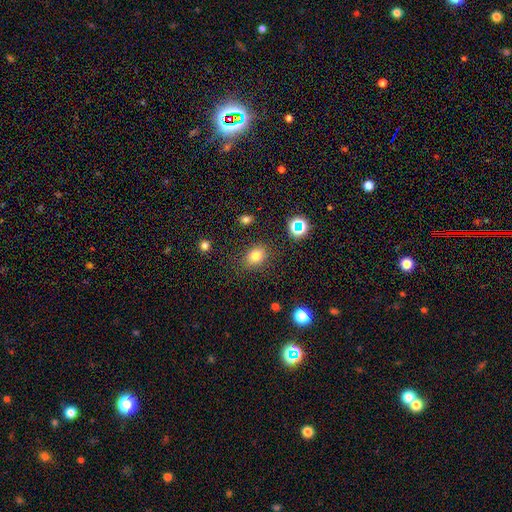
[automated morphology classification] Smooth or featured: smooth — 77% (star or artifact — 16%)
How rounded: in between — 54% (round — 45%)
Merging: none — 81% (minor disturbance — 12%)